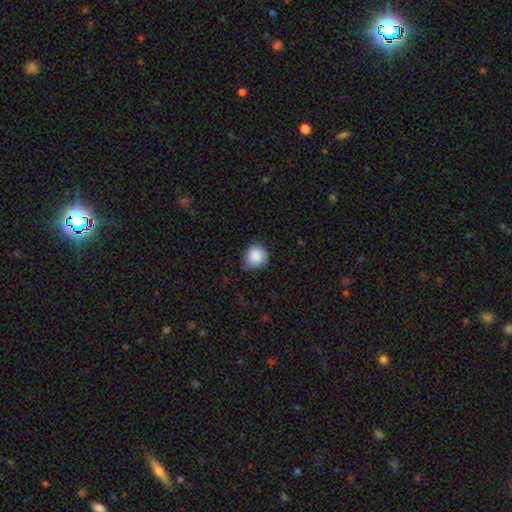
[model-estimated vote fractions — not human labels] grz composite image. It shows a smooth galaxy with no disk features (86%) that is round (89%). Merging: none (66%).